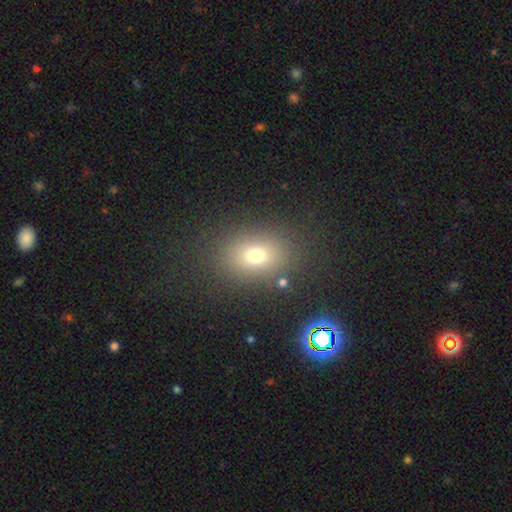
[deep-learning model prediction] A smooth galaxy with no disk features (71%) that is in between round and cigar-shaped (58%).

Vote fractions:
- Smooth or featured? smooth: 71% / star or artifact: 18% / featured or disk: 11%
- How rounded? in between: 58% / round: 41% / cigar-shaped: 1%
- Merging? none: 83% / minor disturbance: 10% / major disturbance: 5% / merger: 3%